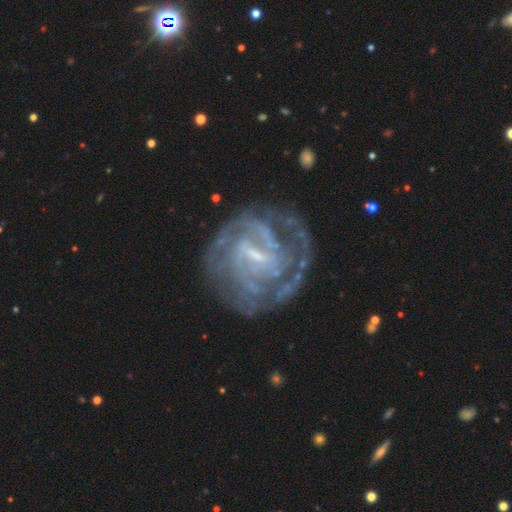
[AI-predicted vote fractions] Smooth or featured? featured or disk (86%)
Edge-on disk? no (98%)
Bar? weak (52%)
Spiral arms? yes (91%)
Spiral winding? tight (60%)
Spiral arm count? can't tell (36%)
Bulge size? small (58%)
Merging? none (67%)